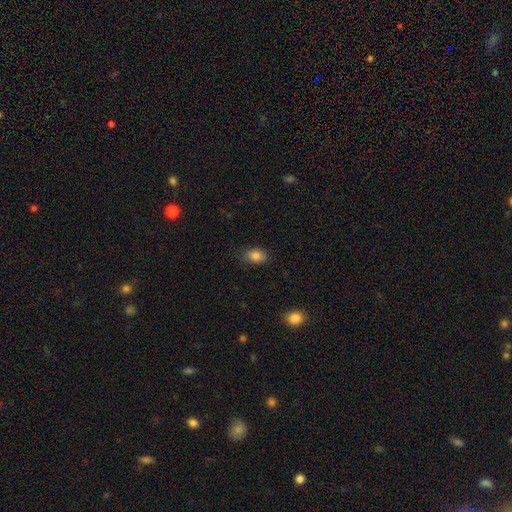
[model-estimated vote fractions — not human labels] This is clearly a smooth galaxy (84%). How rounded: clearly in between (81%). Merging: clearly none (82%).